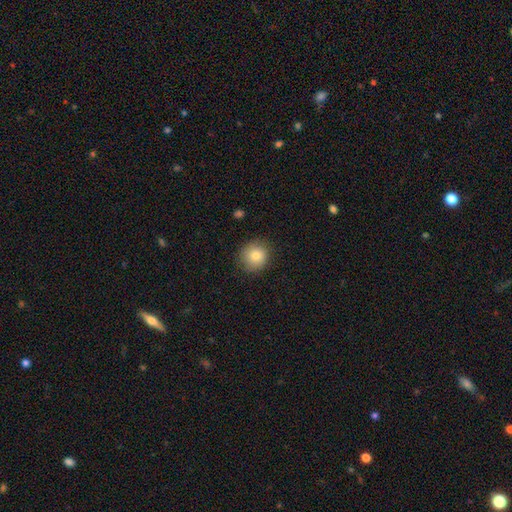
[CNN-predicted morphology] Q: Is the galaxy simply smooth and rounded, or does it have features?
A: smooth — 82%.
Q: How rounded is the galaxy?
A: round — 89%.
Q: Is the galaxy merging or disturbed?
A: none — 86%.